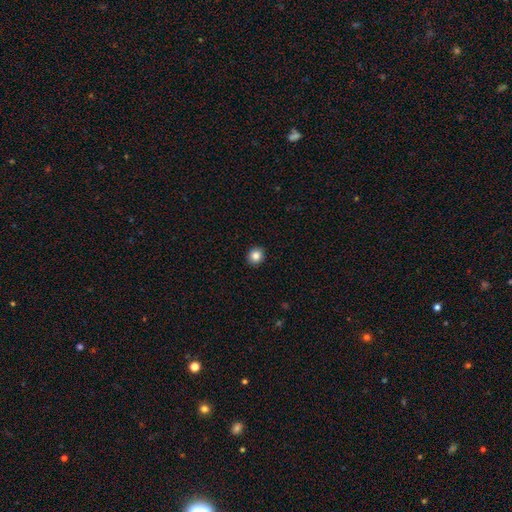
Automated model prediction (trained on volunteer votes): A smooth galaxy with no disk features (85%) that is round (79%). Merging: none (92%).